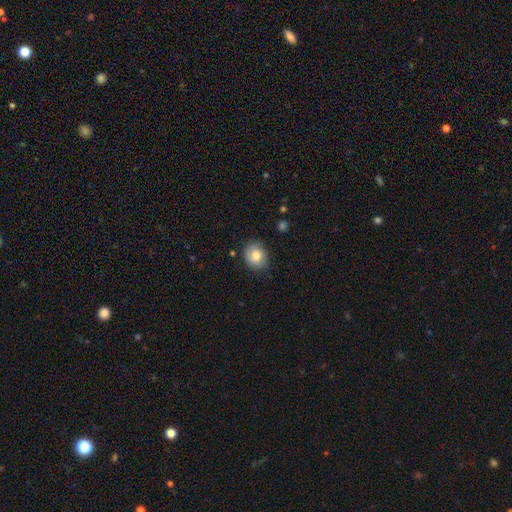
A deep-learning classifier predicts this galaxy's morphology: smooth_or_featured: smooth (p=0.77) [alt: featured or disk p=0.14]
how_rounded: round (p=0.68) [alt: in between p=0.31]
merging: none (p=0.77) [alt: minor disturbance p=0.18]